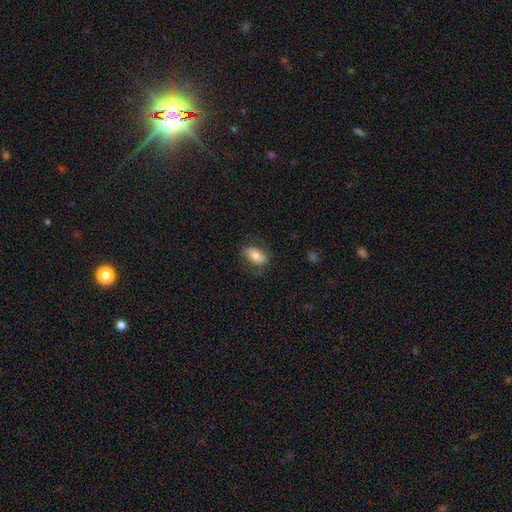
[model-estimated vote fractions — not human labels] smooth-or-featured: smooth: 69% | featured or disk: 23% | star or artifact: 7%
  how-rounded: in between: 88% | round: 7% | cigar-shaped: 5%
  merging: none: 73% | minor disturbance: 18% | major disturbance: 7% | merger: 1%